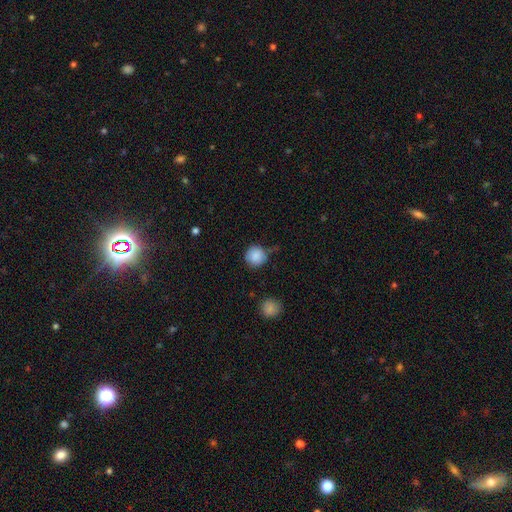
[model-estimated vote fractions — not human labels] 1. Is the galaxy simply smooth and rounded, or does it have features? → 88% smooth, 8% star or artifact, 4% featured or disk.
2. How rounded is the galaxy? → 94% round, 5% in between, 1% cigar-shaped.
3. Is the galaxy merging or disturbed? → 75% none, 16% minor disturbance, 5% merger, 4% major disturbance.